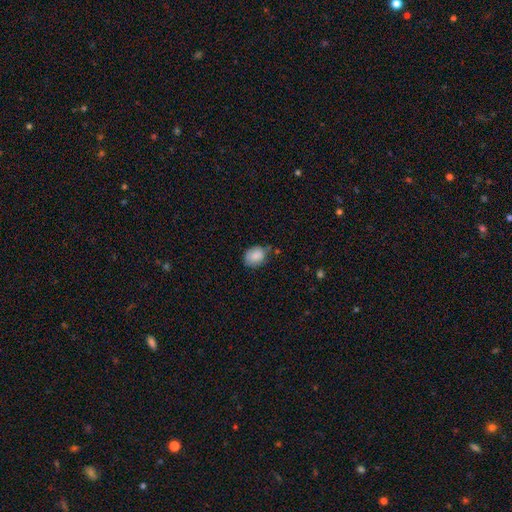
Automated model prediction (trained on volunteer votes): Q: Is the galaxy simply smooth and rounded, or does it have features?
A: smooth — 86%.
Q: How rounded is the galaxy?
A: in between — 52%.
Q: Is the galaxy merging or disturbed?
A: none — 59%.